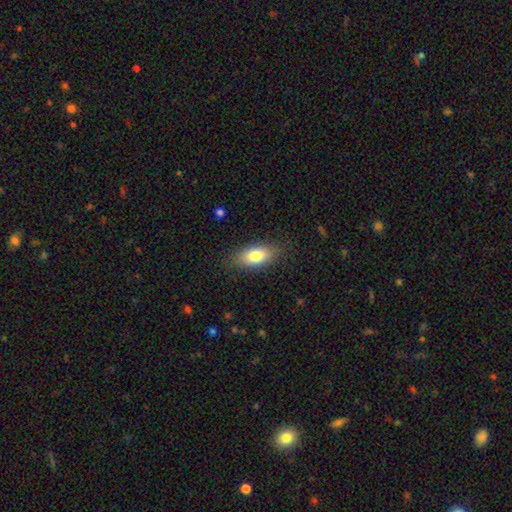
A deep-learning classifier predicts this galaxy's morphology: Smooth or featured?
  - smooth: 77% *
  - featured or disk: 16%
  - star or artifact: 7%
How rounded?
  - in between: 84% *
  - cigar-shaped: 11%
  - round: 5%
Merging?
  - none: 83% *
  - minor disturbance: 13%
  - major disturbance: 3%
  - merger: 1%